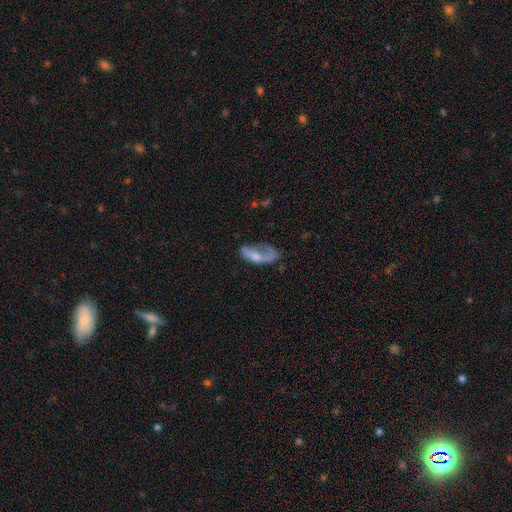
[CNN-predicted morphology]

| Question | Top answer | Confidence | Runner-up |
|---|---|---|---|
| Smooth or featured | smooth | 46% | featured or disk (45%) |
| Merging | major disturbance | 47% | none (25%) |